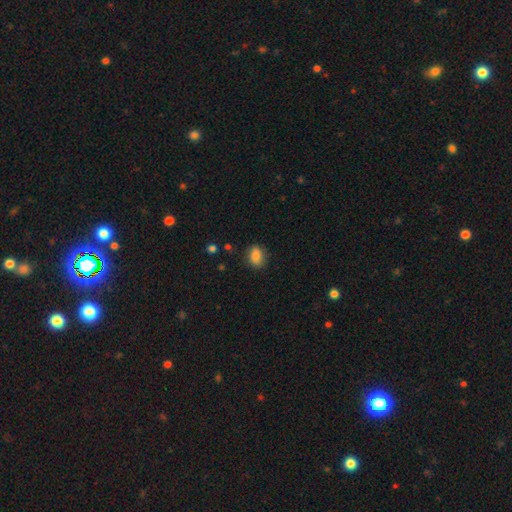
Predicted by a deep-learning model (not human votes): Smooth or featured? Predicted: smooth (p=0.84). How rounded? Predicted: in between (p=0.64). Merging? Predicted: none (p=0.80).